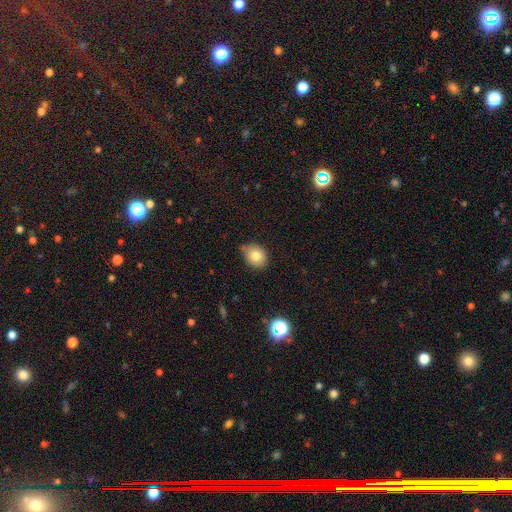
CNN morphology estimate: A smooth galaxy with no disk features (79%) that is round (59%).

Vote fractions:
- Smooth or featured? smooth: 79% / star or artifact: 11% / featured or disk: 10%
- How rounded? round: 59% / in between: 40% / cigar-shaped: 1%
- Merging? none: 62% / minor disturbance: 31% / major disturbance: 5% / merger: 2%